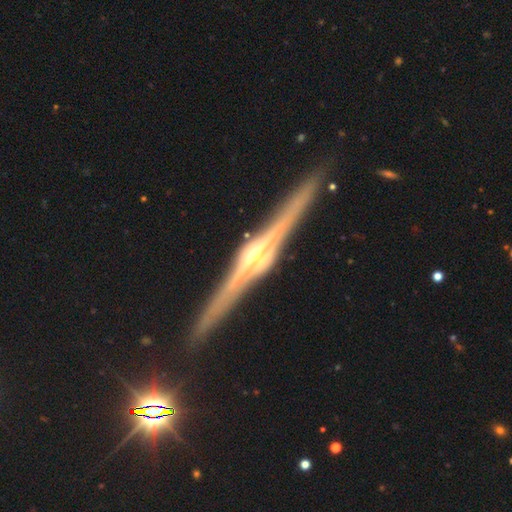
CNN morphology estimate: The model was most divided on "merging": none: 89%, minor disturbance: 8%, major disturbance: 2%, merger: 1%. More confident: edge-on disk — yes (98%); smooth or featured — featured or disk (90%); edge-on bulge — rounded (90%).